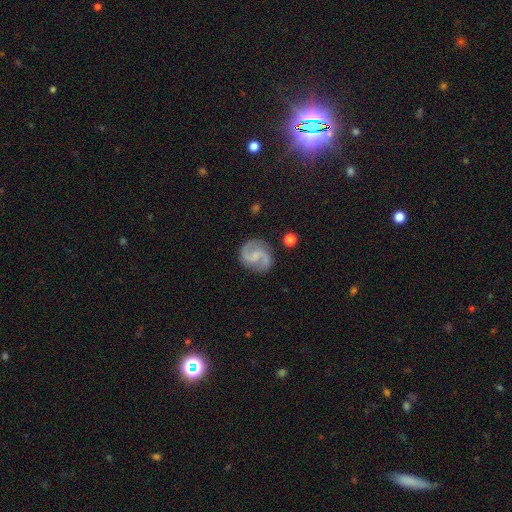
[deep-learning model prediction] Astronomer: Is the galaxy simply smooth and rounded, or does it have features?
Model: featured or disk — 86%.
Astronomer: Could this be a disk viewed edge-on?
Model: no — 98%.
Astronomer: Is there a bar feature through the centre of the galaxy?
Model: weak — 50% (runner-up: no, 37%).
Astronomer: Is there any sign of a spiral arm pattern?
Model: yes — 97%.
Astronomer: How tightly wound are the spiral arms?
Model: medium — 55%.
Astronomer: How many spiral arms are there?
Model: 2 — 93%.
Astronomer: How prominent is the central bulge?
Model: none — 42% (runner-up: small, 40%).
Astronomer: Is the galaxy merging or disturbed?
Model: none — 83%.